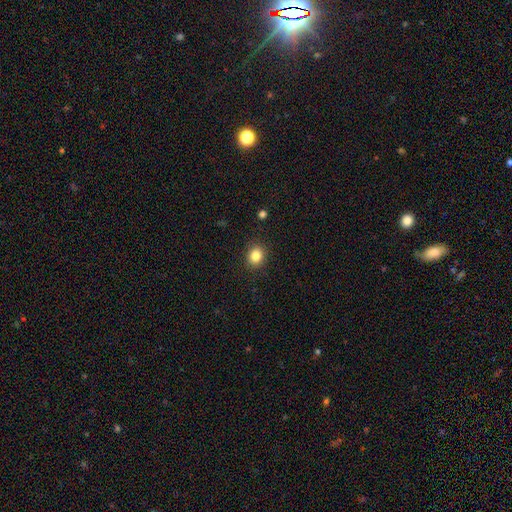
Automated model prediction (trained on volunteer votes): smooth-or-featured: smooth: 84% | star or artifact: 11% | featured or disk: 5%
  how-rounded: round: 72% | in between: 27% | cigar-shaped: 1%
  merging: none: 90% | minor disturbance: 7% | major disturbance: 2% | merger: 1%